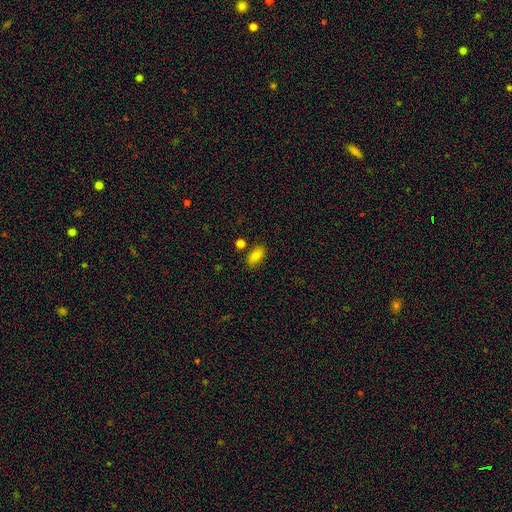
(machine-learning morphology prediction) Smooth or featured?
  - smooth: 85% *
  - star or artifact: 9%
  - featured or disk: 6%
How rounded?
  - in between: 91% *
  - round: 5%
  - cigar-shaped: 4%
Merging?
  - none: 80% *
  - minor disturbance: 11%
  - merger: 6%
  - major disturbance: 3%